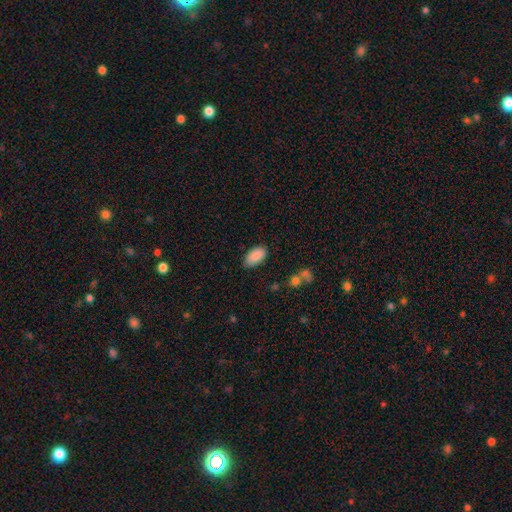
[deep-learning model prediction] A smooth galaxy with no disk features (89%) that is in between round and cigar-shaped (94%).

Vote fractions:
- Smooth or featured? smooth: 89% / star or artifact: 7% / featured or disk: 4%
- How rounded? in between: 94% / round: 3% / cigar-shaped: 3%
- Merging? none: 80% / minor disturbance: 16% / major disturbance: 3% / merger: 2%